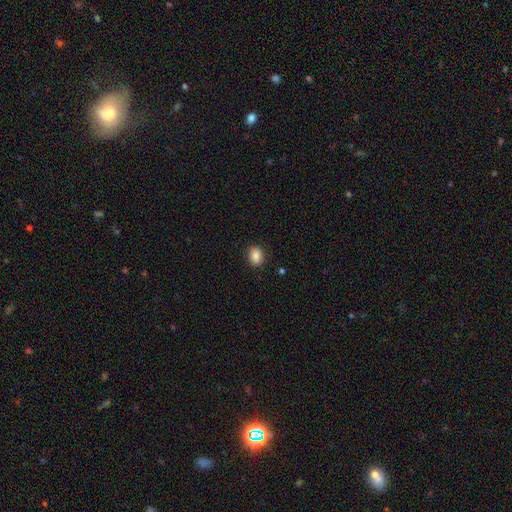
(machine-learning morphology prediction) This appears to be a smooth galaxy with no disk features (84%) that is in between round and cigar-shaped (54%). Merging: none (87%).